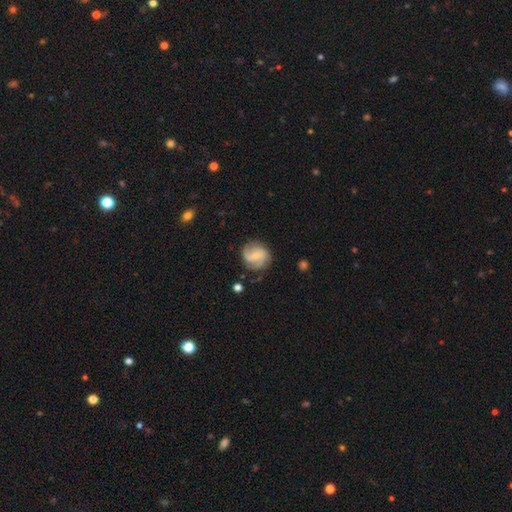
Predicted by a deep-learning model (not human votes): A featured or disk galaxy (63%) with a weak bar (47%), 2 (63%) medium (42%) spiral arms (89%) and a small central bulge (66%).

Vote fractions:
- Smooth or featured? featured or disk: 63% / smooth: 31% / star or artifact: 7%
- Edge-on disk? no: 98% / yes: 2%
- Bar? weak: 47% / no: 39% / strong: 13%
- Spiral arms? yes: 89% / no: 11%
- Spiral winding? medium: 42% / loose: 35% / tight: 24%
- Spiral arm count? 2: 63% / can't tell: 16% / 3: 10% / 1: 6% / 4: 2% / more than 4: 2%
- Bulge size? small: 66% / moderate: 24% / none: 7% / large: 2% / dominant: 1%
- Merging? none: 71% / minor disturbance: 19% / major disturbance: 8% / merger: 2%